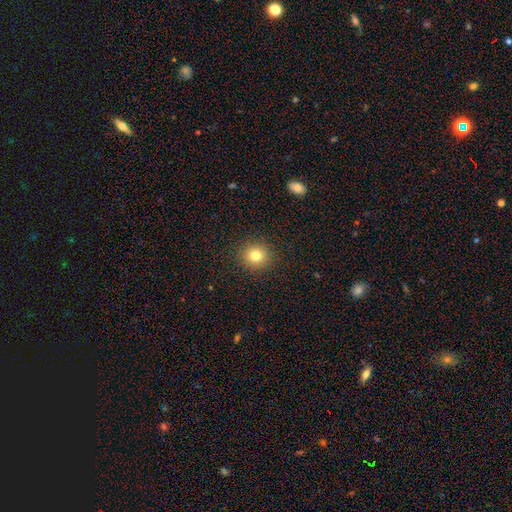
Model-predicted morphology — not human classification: Overall: smooth (80%). How rounded: round (90%). Merging: none (91%).